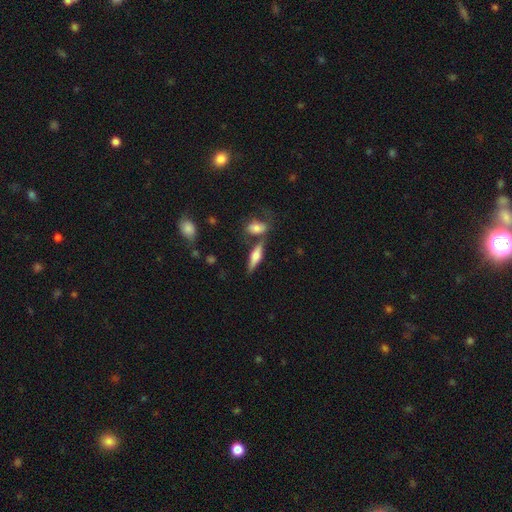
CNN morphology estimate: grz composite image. It shows a smooth galaxy with no disk features (50%). Merging: none (66%).